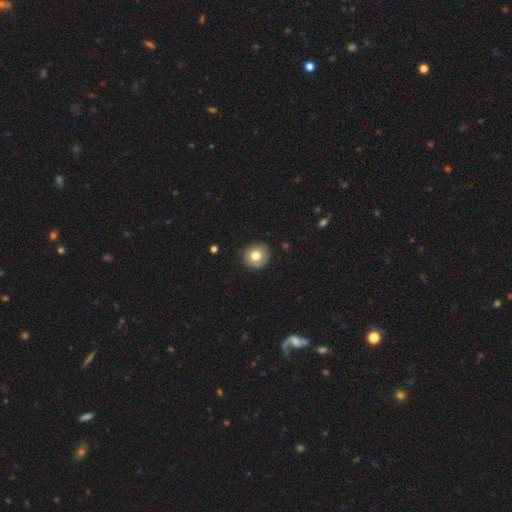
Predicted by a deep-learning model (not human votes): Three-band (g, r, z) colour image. It shows a smooth galaxy with no disk features (76%) that is round (83%). Merging: none (86%).